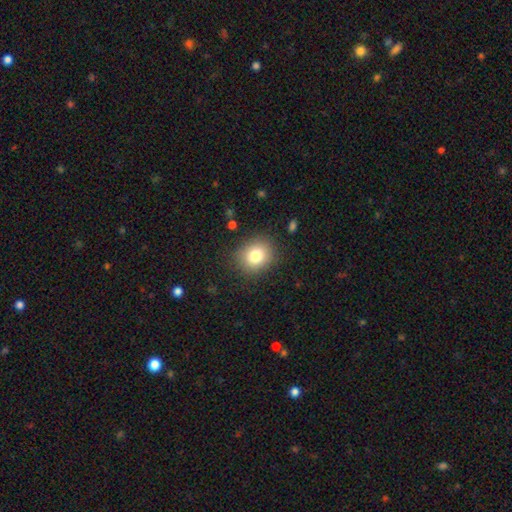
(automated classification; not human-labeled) This is likely a smooth galaxy (80%). How rounded: likely round (73%). Merging: clearly none (86%).